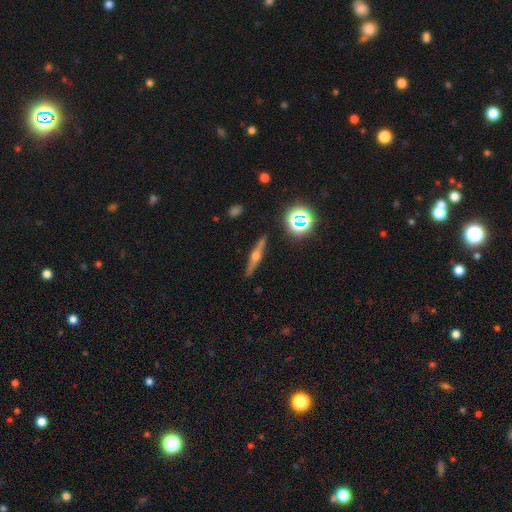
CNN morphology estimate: Q: Smooth or featured?
A: featured or disk (69%); runner-up: smooth (19%)
Q: Edge-on disk?
A: yes (97%); runner-up: no (3%)
Q: Edge-on bulge?
A: rounded (92%); runner-up: boxy (4%)
Q: Merging?
A: none (90%); runner-up: minor disturbance (7%)